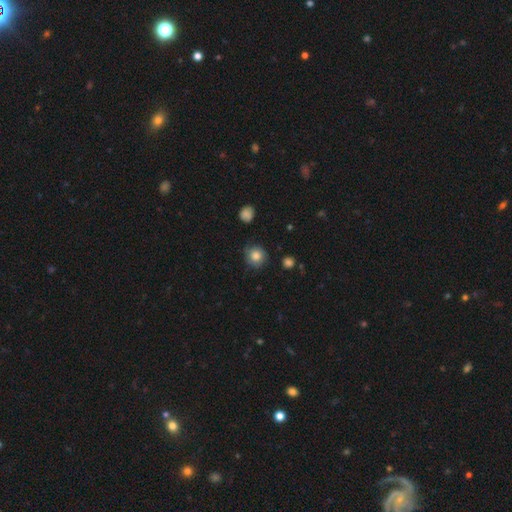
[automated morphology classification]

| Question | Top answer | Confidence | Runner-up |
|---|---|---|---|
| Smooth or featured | smooth | 80% | featured or disk (10%) |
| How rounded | round | 90% | in between (9%) |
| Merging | none | 79% | minor disturbance (15%) |